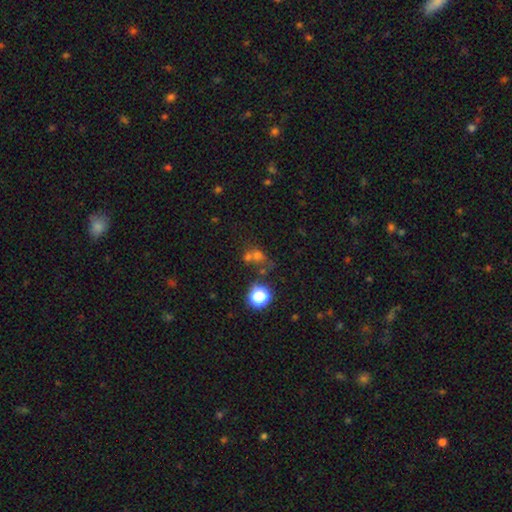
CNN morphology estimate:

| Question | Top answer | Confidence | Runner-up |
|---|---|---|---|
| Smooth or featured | smooth | 61% | star or artifact (25%) |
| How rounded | round | 74% | in between (24%) |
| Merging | none | 43% | merger (40%) |